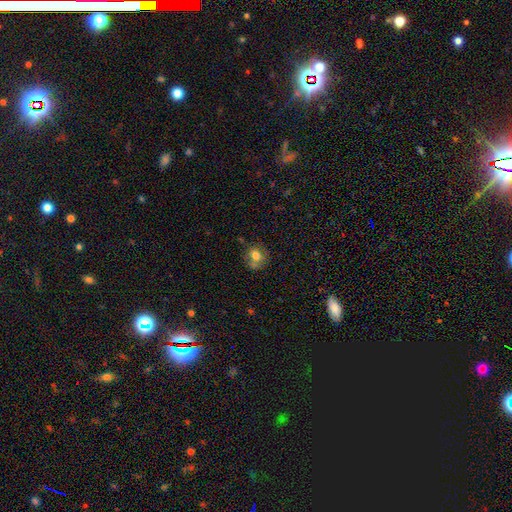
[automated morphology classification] Overall: smooth (70%). How rounded: round (72%). Merging: none (62%).